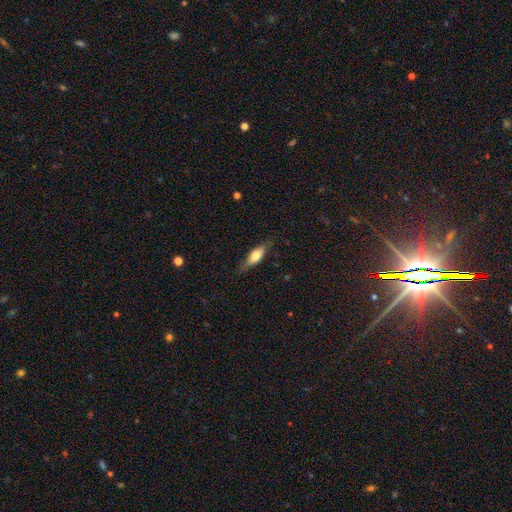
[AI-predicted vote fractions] This appears to be a smooth galaxy with no disk features (61%) that is in between round and cigar-shaped (57%). Merging: none (75%).